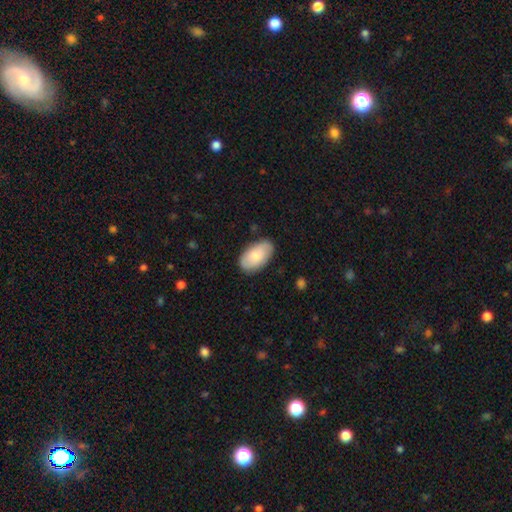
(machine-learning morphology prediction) Q: Smooth or featured?
A: smooth (77%); runner-up: featured or disk (18%)
Q: How rounded?
A: in between (95%); runner-up: round (4%)
Q: Merging?
A: none (84%); runner-up: minor disturbance (13%)